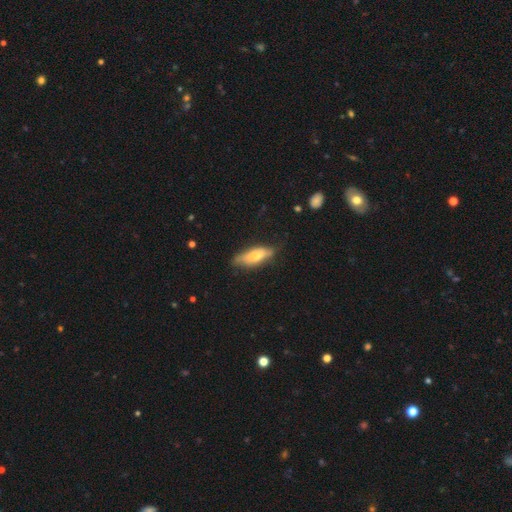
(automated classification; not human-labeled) smooth 63%, featured or disk 31%, star or artifact 6%. Down the decision tree: how rounded — in between (59%); merging — none (66%).